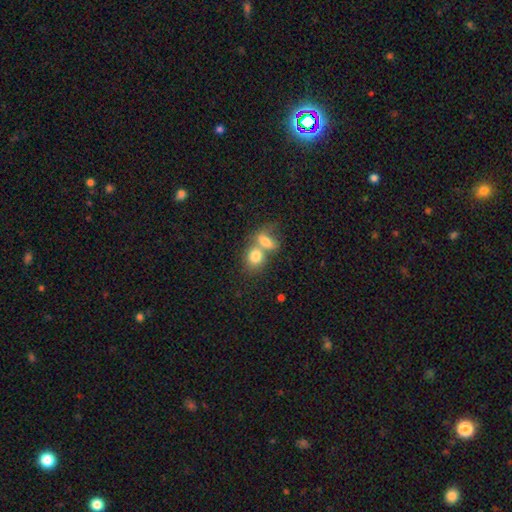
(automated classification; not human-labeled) The model was most divided on "how rounded": in between: 49%, round: 48%, cigar-shaped: 2%. More confident: smooth or featured — smooth (78%); merging — merger (64%).